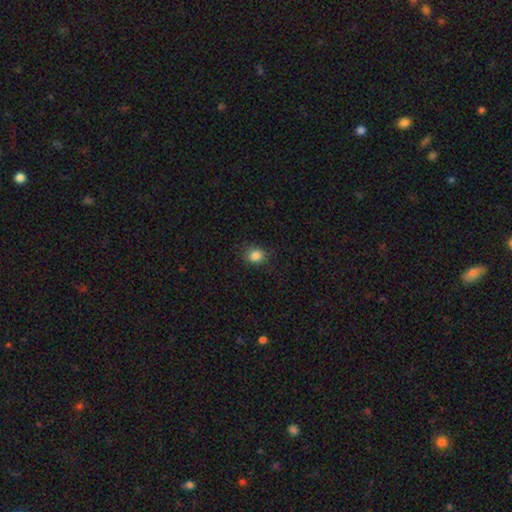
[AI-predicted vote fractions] Morphology: type=smooth (85%); roundness=round (65%); merging=none (82%).